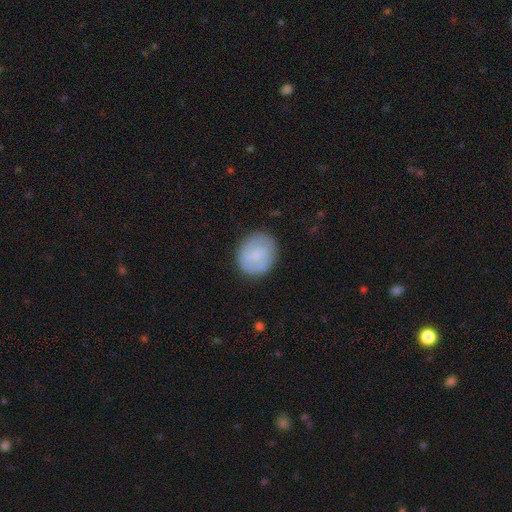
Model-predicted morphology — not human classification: type=smooth (58%); roundness=round (71%); merging=none (80%).